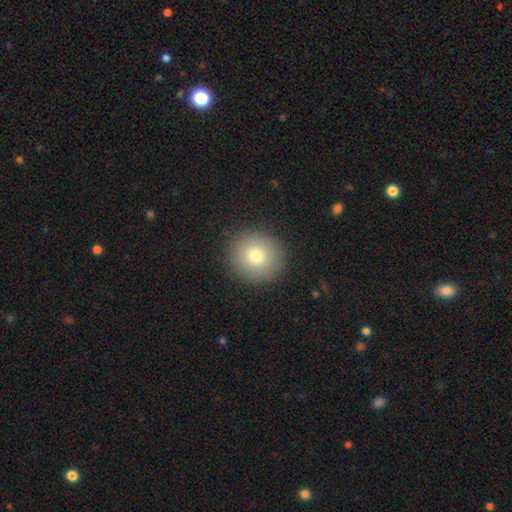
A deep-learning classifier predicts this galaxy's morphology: A smooth galaxy with no disk features (78%) that is round (90%). Merging: none (90%).